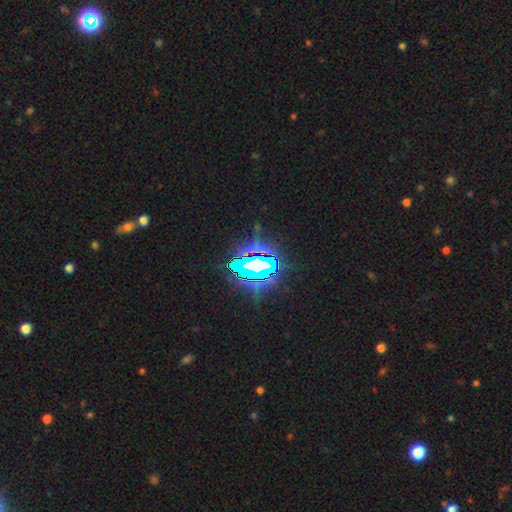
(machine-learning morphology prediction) Smooth or featured: star or artifact — 79% (smooth — 11%)